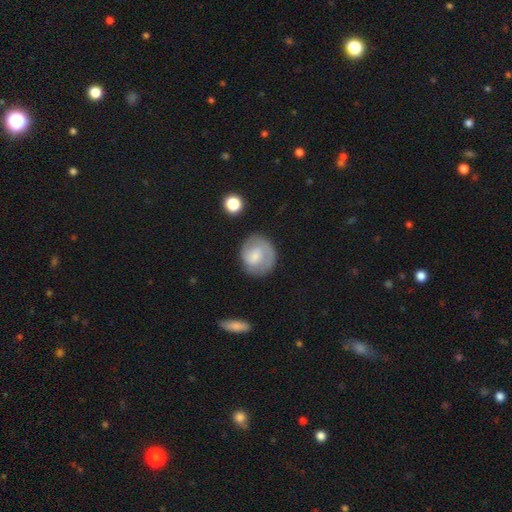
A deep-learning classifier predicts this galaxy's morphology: Smooth or featured: smooth — 49% (featured or disk — 44%)
Merging: none — 71% (minor disturbance — 19%)